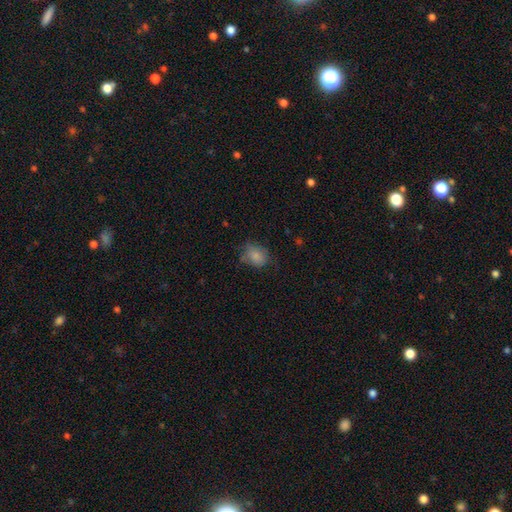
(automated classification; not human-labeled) Smooth or featured? Predicted: smooth (p=0.81). How rounded? Predicted: in between (p=0.57). Merging? Predicted: none (p=0.57).